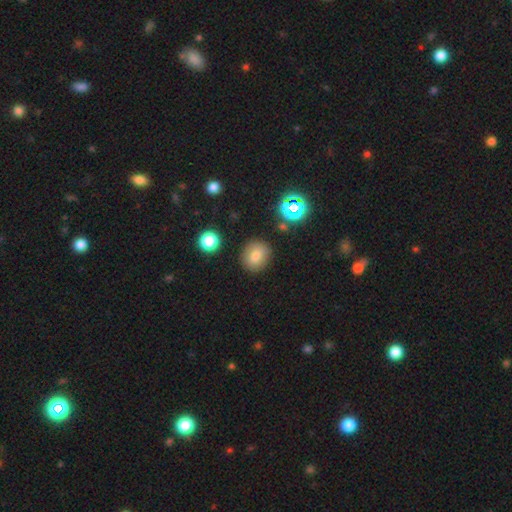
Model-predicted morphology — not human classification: Overall: smooth (78%). How rounded: round (70%). Merging: none (85%).